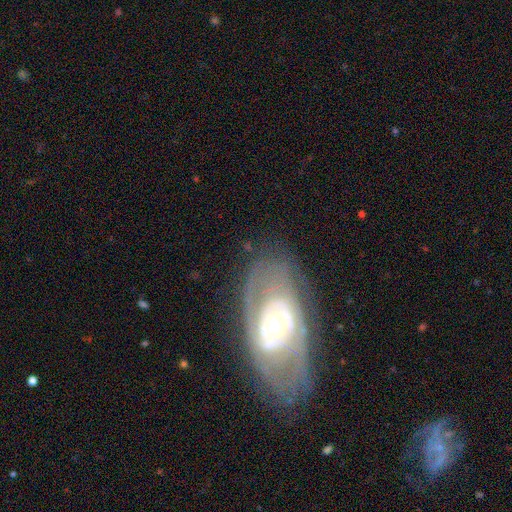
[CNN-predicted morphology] Smooth or featured? featured or disk (80%)
Edge-on disk? no (92%)
Bar? no (58%)
Spiral arms? yes (72%)
Spiral winding? tight (63%)
Spiral arm count? 2 (41%)
Bulge size? moderate (57%)
Merging? none (74%)